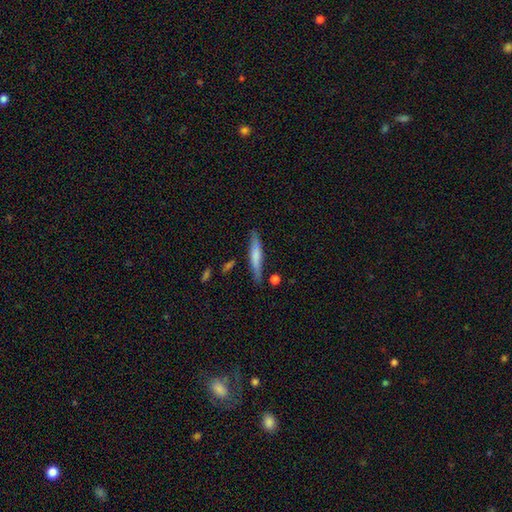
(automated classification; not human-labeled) Smooth or featured?
  - smooth: 59% *
  - featured or disk: 35%
  - star or artifact: 6%
How rounded?
  - cigar-shaped: 88% *
  - in between: 10%
  - round: 2%
Merging?
  - none: 78% *
  - minor disturbance: 15%
  - merger: 4%
  - major disturbance: 3%